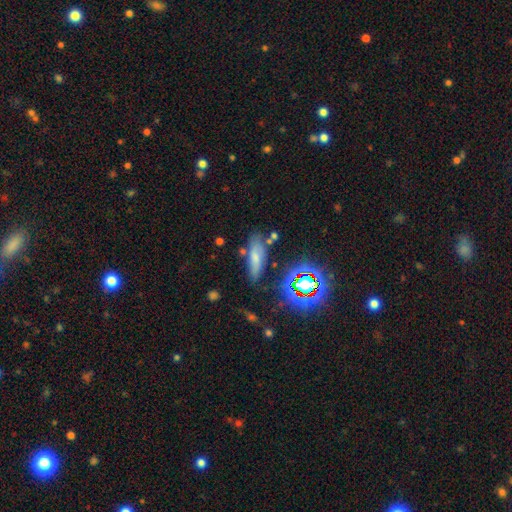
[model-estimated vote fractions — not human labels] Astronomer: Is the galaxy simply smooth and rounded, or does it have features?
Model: smooth — 53%.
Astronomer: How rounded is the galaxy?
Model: in between — 50% (runner-up: cigar-shaped, 44%).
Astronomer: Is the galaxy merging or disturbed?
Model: none — 69%.